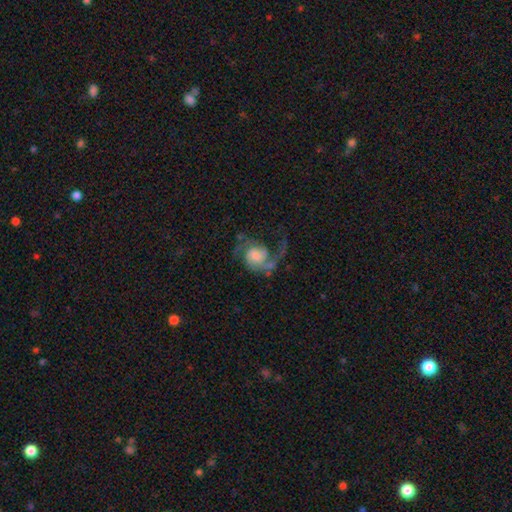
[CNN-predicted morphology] smooth_or_featured: featured or disk (p=0.84) [alt: smooth p=0.10]
disk_edge_on: no (p=0.98) [alt: yes p=0.02]
bar: no (p=0.63) [alt: weak p=0.31]
has_spiral_arms: yes (p=0.96) [alt: no p=0.04]
spiral_winding: loose (p=0.46) [alt: medium p=0.43]
spiral_arm_count: 2 (p=0.82) [alt: 1 p=0.08]
bulge_size: moderate (p=0.31) [alt: large p=0.29]
merging: none (p=0.55) [alt: major disturbance p=0.25]